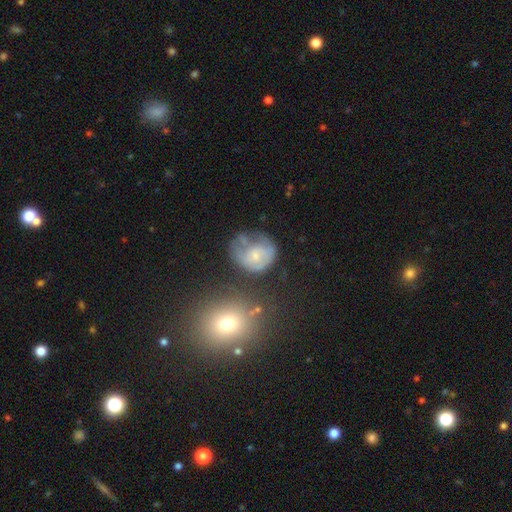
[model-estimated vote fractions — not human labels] Morphology: type=smooth (46%); merging=major disturbance (35%).